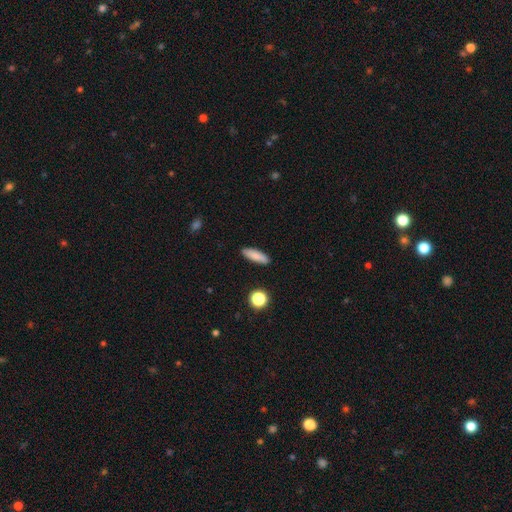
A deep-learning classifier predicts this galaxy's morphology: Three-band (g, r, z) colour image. It shows a smooth galaxy with no disk features (81%) that is cigar-shaped (58%). Merging: none (88%).